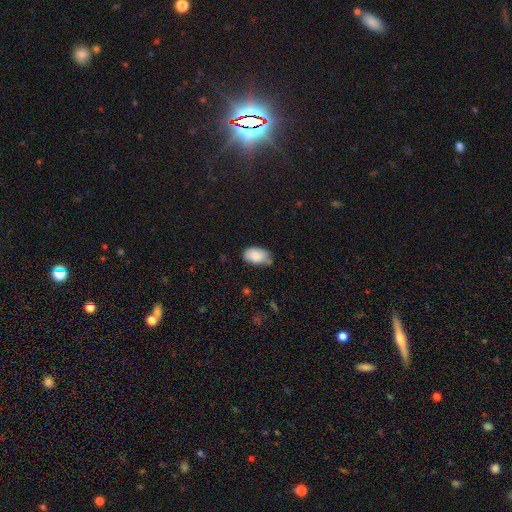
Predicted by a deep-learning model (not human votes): The model was most divided on "merging": none: 57%, minor disturbance: 33%, major disturbance: 6%, merger: 4%. More confident: how rounded — in between (93%); smooth or featured — smooth (85%).